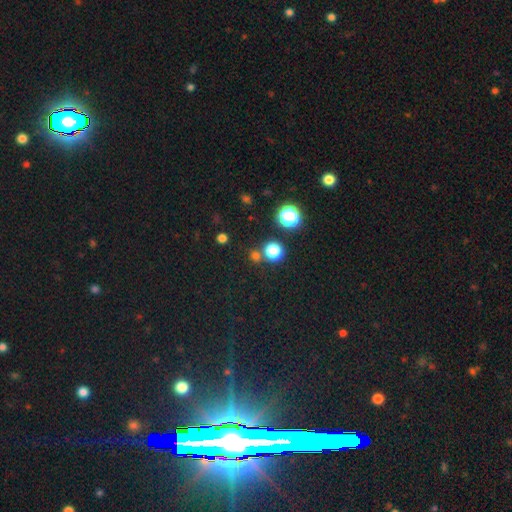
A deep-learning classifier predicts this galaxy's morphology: Q: Smooth or featured?
A: smooth (68%); runner-up: star or artifact (27%)
Q: How rounded?
A: round (90%); runner-up: in between (9%)
Q: Merging?
A: none (74%); runner-up: merger (16%)